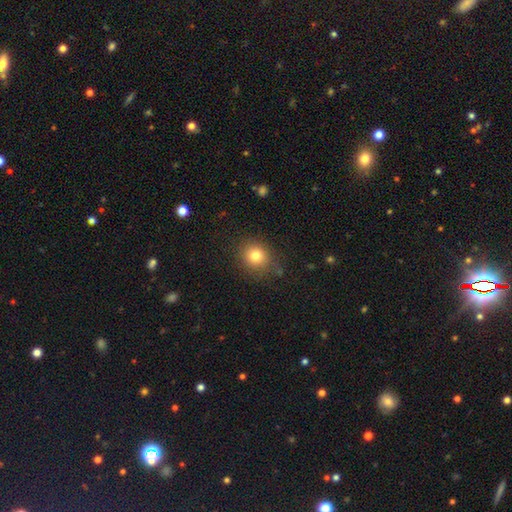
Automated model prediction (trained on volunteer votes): smooth_or_featured: smooth (p=0.79) [alt: star or artifact p=0.12]
how_rounded: round (p=0.81) [alt: in between p=0.18]
merging: none (p=0.79) [alt: minor disturbance p=0.15]